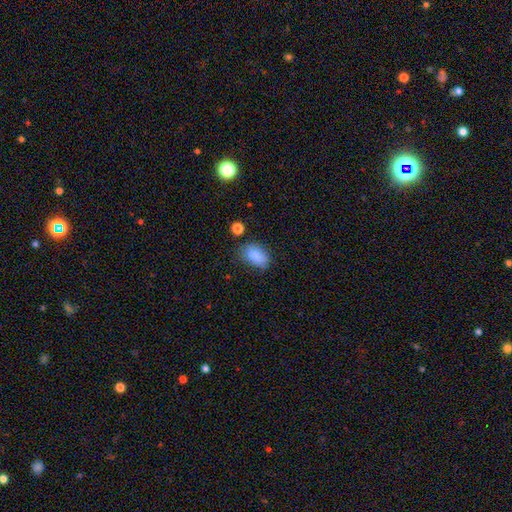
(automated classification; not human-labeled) A smooth galaxy with no disk features (87%) that is in between round and cigar-shaped (89%). Merging: none (69%).